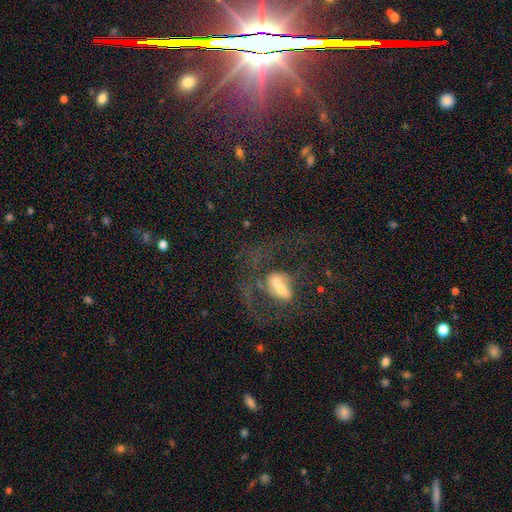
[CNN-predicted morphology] Smooth or featured?
  - featured or disk: 45% *
  - star or artifact: 37%
  - smooth: 18%
Merging?
  - none: 46% *
  - major disturbance: 27%
  - minor disturbance: 15%
  - merger: 11%